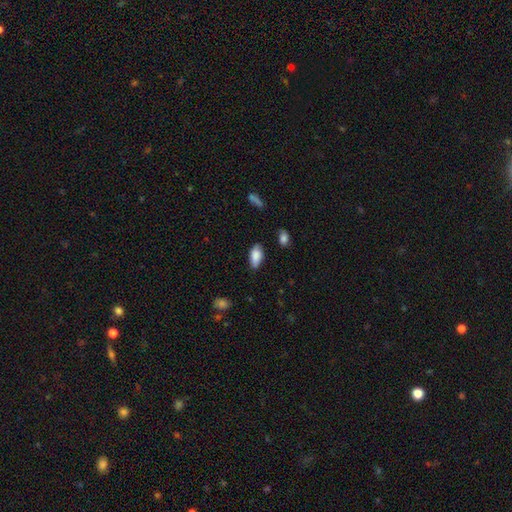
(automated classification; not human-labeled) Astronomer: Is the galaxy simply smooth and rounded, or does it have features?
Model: smooth — 84%.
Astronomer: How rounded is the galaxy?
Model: in between — 90%.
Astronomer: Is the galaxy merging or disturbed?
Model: none — 73%.